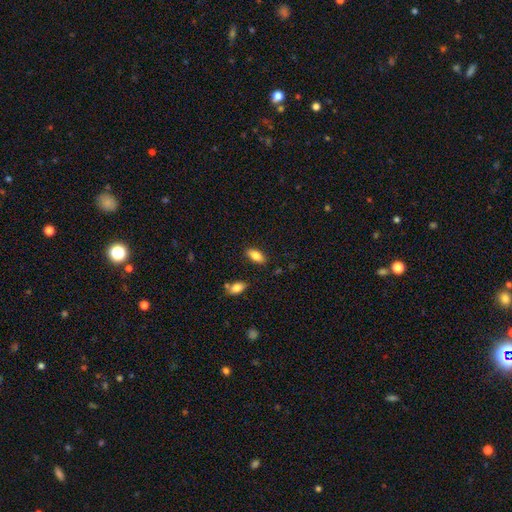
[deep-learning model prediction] This is clearly a smooth galaxy (80%). How rounded: clearly in between (86%). Merging: clearly none (84%).